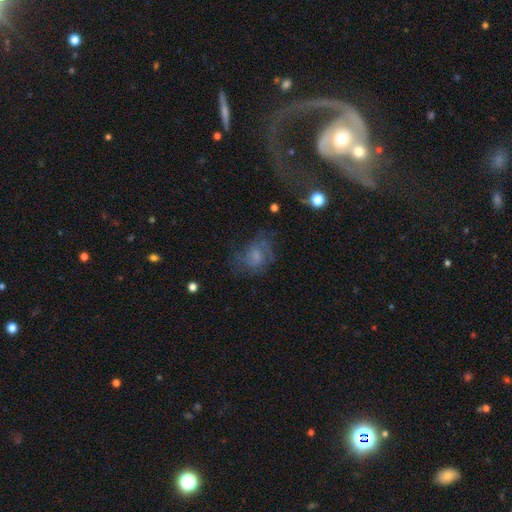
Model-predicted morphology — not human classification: smooth_or_featured: featured or disk (p=0.55) [alt: smooth p=0.31]
disk_edge_on: no (p=0.97) [alt: yes p=0.03]
bar: no (p=0.59) [alt: weak p=0.35]
has_spiral_arms: yes (p=0.79) [alt: no p=0.21]
bulge_size: small (p=0.34) [alt: none p=0.33]
merging: none (p=0.55) [alt: major disturbance p=0.22]